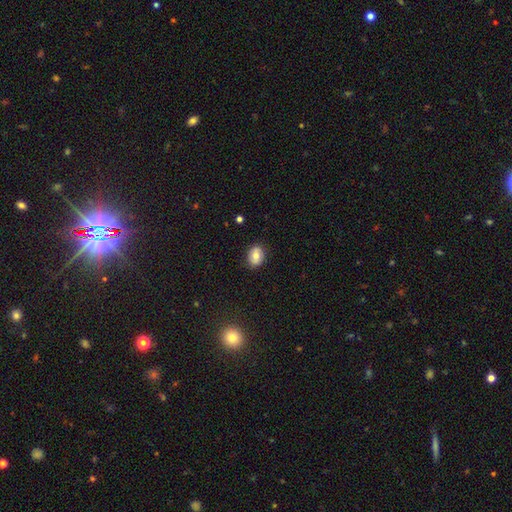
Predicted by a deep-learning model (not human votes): Smooth or featured: smooth — 72% (featured or disk — 19%)
How rounded: in between — 65% (round — 33%)
Merging: none — 85% (minor disturbance — 11%)